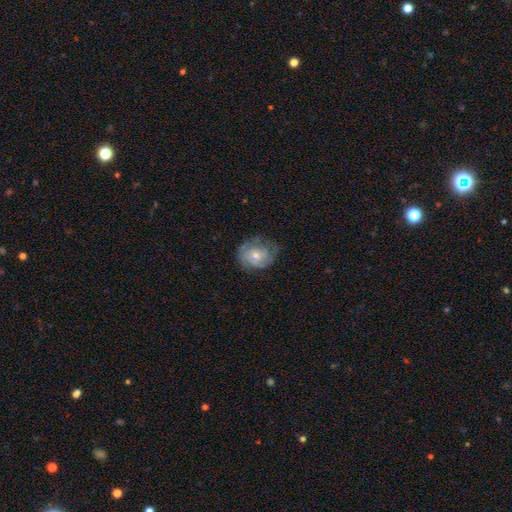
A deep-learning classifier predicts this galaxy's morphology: type=featured or disk (48%); merging=none (56%).